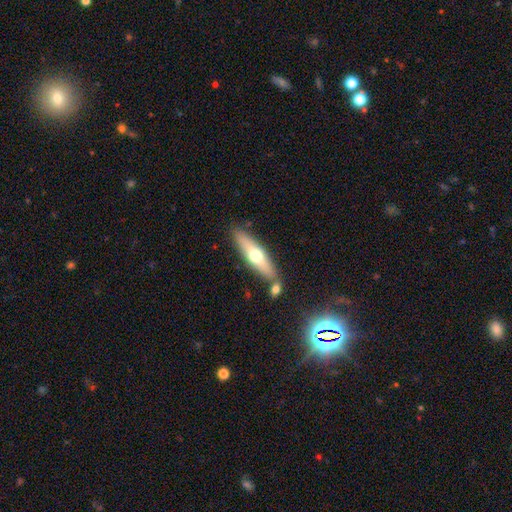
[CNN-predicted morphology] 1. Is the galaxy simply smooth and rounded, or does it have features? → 51% smooth, 44% featured or disk, 5% star or artifact.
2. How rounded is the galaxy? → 73% cigar-shaped, 25% in between, 2% round.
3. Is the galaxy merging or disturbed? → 74% none, 12% merger, 11% minor disturbance, 3% major disturbance.